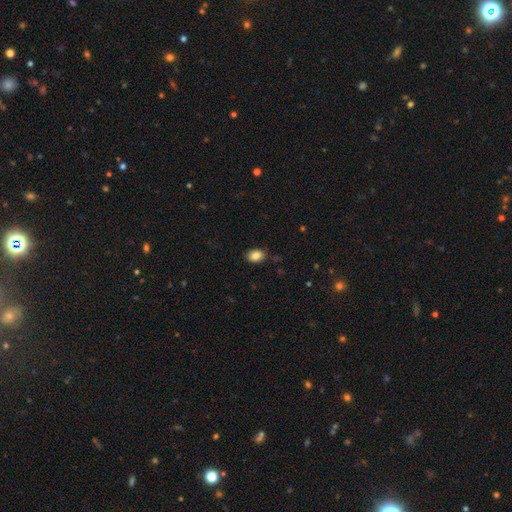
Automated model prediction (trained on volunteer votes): Smooth or featured?
  - smooth: 86% *
  - star or artifact: 9%
  - featured or disk: 5%
How rounded?
  - in between: 75% *
  - round: 24%
  - cigar-shaped: 1%
Merging?
  - none: 86% *
  - minor disturbance: 10%
  - major disturbance: 2%
  - merger: 1%